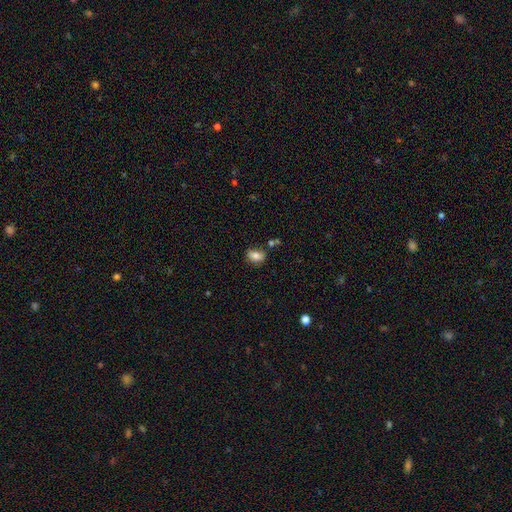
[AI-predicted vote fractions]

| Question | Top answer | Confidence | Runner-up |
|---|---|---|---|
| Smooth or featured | smooth | 80% | featured or disk (11%) |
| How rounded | in between | 75% | round (24%) |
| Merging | none | 71% | minor disturbance (18%) |